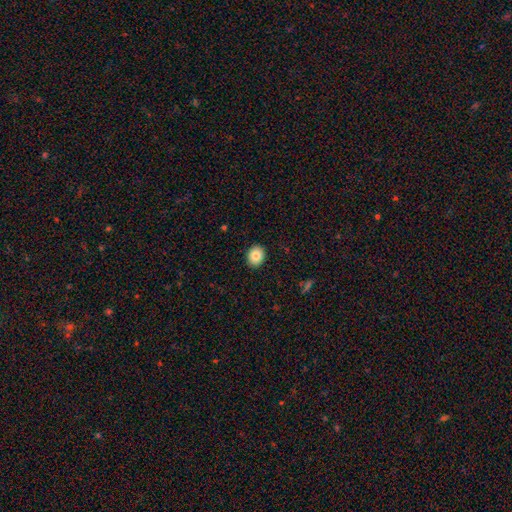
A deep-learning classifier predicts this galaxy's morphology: Smooth or featured?
  - smooth: 85% *
  - star or artifact: 9%
  - featured or disk: 6%
How rounded?
  - round: 60% *
  - in between: 39%
  - cigar-shaped: 1%
Merging?
  - none: 91% *
  - minor disturbance: 6%
  - major disturbance: 2%
  - merger: 1%